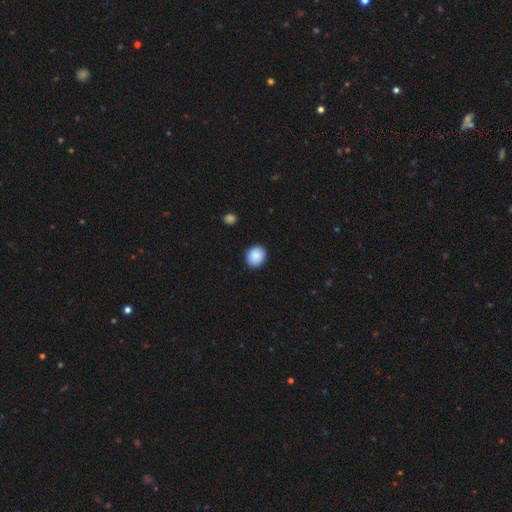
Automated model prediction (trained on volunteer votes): This is clearly a smooth galaxy (89%). How rounded: likely round (75%). Merging: clearly none (90%).